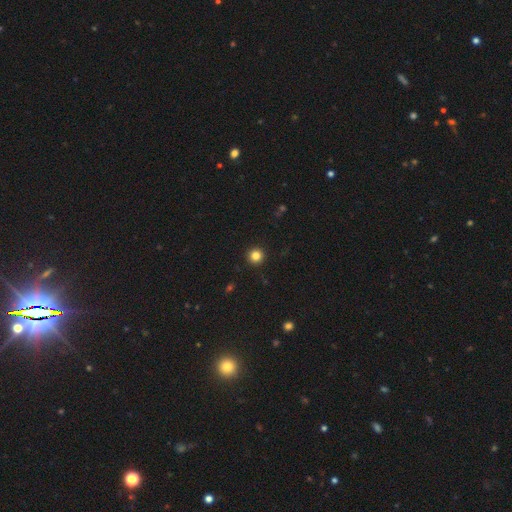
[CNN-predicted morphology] A smooth galaxy with no disk features (83%) that is round (96%). Merging: none (93%).